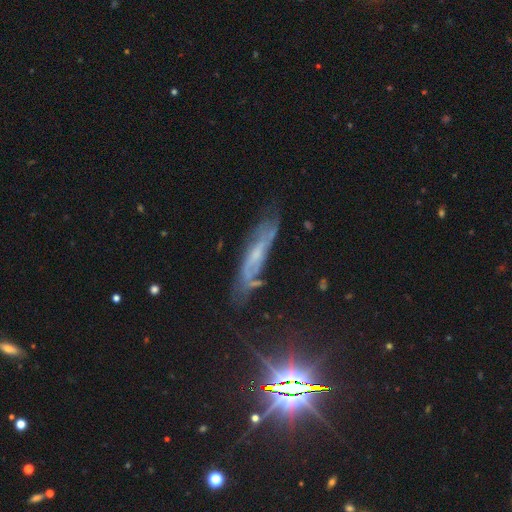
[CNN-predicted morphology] Smooth or featured?
  - featured or disk: 65% *
  - smooth: 18%
  - star or artifact: 16%
Edge-on disk?
  - no: 58% *
  - yes: 42%
Merging?
  - none: 66% *
  - minor disturbance: 23%
  - major disturbance: 9%
  - merger: 3%